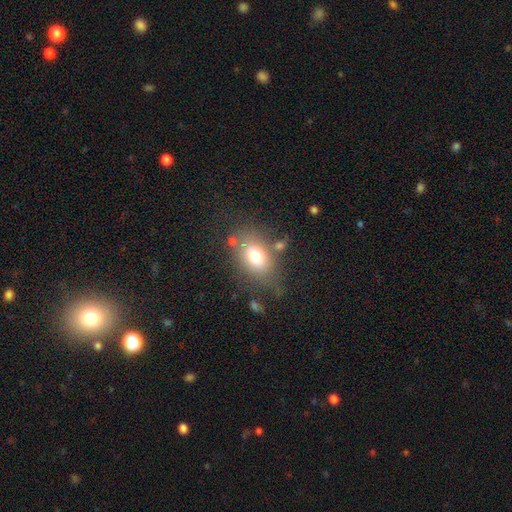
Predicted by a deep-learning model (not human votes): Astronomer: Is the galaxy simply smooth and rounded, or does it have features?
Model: smooth — 75%.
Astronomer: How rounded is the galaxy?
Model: in between — 78%.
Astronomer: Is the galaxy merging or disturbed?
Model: none — 64%.